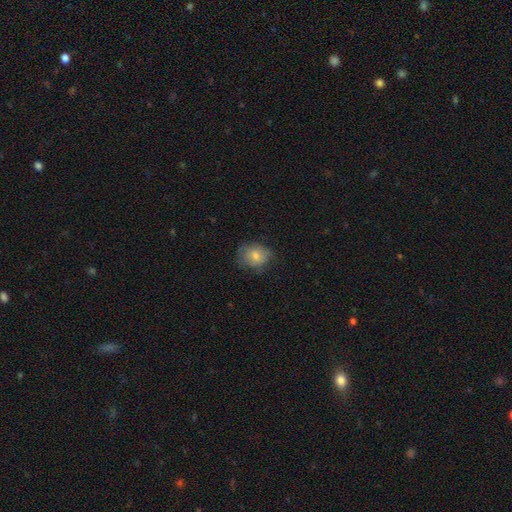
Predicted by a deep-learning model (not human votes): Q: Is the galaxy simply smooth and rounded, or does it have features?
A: smooth — 70%.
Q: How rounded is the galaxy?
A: round — 59%.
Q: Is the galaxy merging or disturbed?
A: none — 70%.